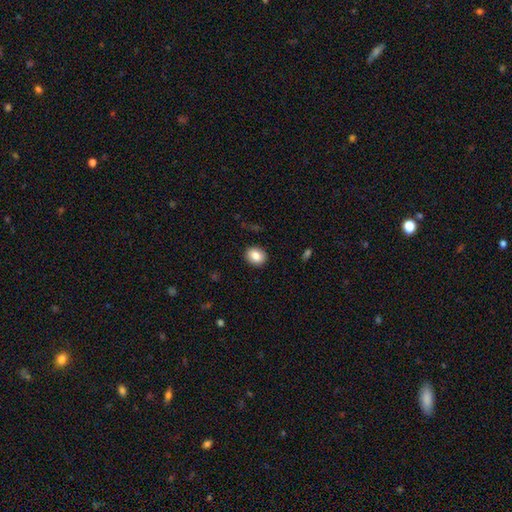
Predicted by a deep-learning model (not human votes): This is clearly a smooth galaxy (84%). How rounded: possibly round (59%). Merging: clearly none (90%).